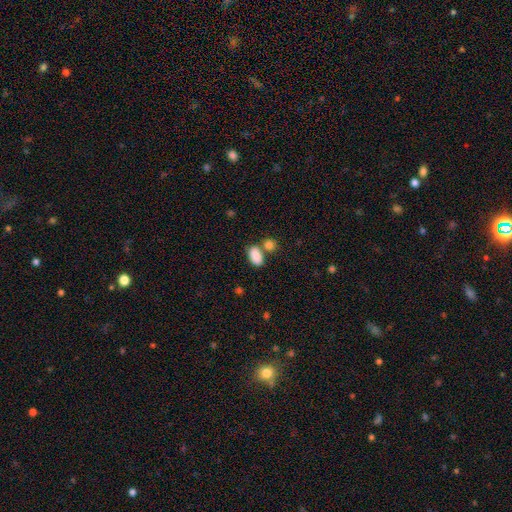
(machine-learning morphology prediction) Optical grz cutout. It shows a smooth galaxy with no disk features (87%) that is in between round and cigar-shaped (91%). Merging: none (54%).